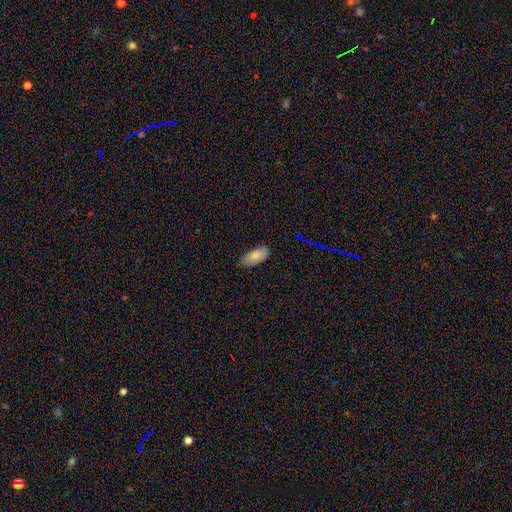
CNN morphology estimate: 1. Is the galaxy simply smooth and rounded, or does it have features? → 80% smooth, 12% featured or disk, 8% star or artifact.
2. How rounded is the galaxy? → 92% in between, 6% cigar-shaped, 2% round.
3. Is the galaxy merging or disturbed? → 75% none, 21% minor disturbance, 3% major disturbance, 1% merger.